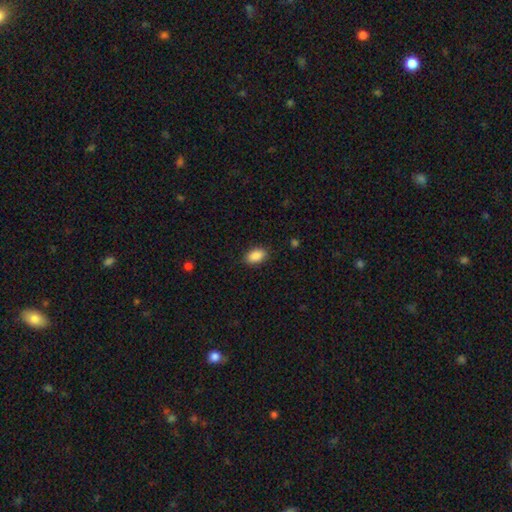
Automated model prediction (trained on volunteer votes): The model was most divided on "merging": none: 87%, minor disturbance: 10%, major disturbance: 2%, merger: 1%. More confident: how rounded — in between (91%); smooth or featured — smooth (89%).